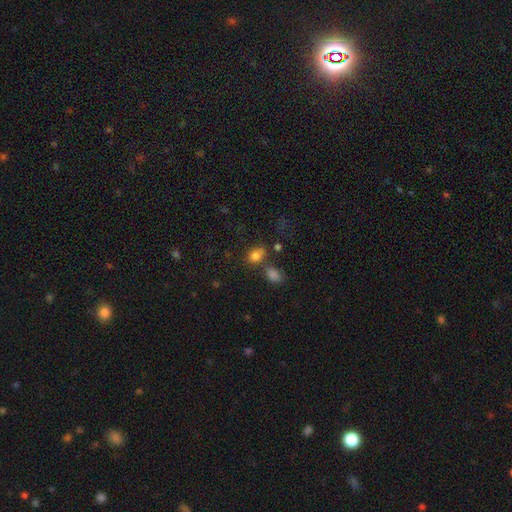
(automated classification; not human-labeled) This appears to be a smooth galaxy with no disk features (79%) that is in between round and cigar-shaped (54%). Merging: none (54%).